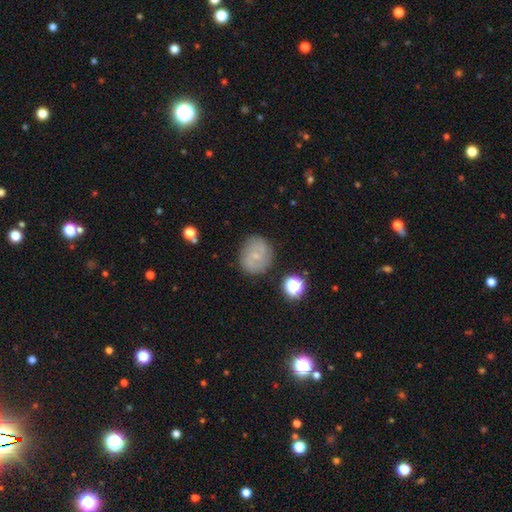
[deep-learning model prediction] The model was most divided on "spiral winding": medium: 43%, tight: 42%, loose: 16%. More confident: edge-on disk — no (98%); spiral arms — yes (91%); merging — none (81%); bulge size — small (75%); smooth or featured — featured or disk (64%); spiral arm count — 2 (60%); bar — no (51%).